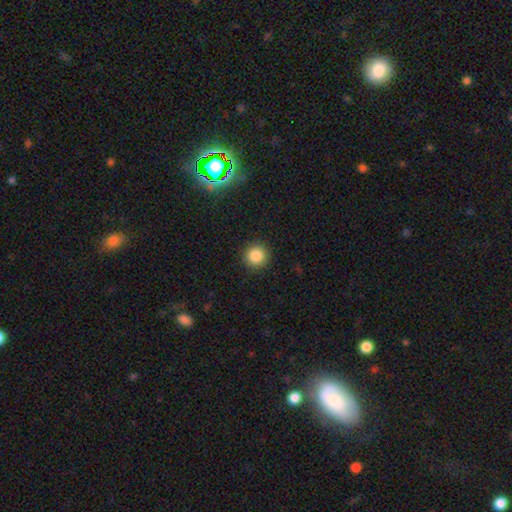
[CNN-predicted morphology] A smooth galaxy with no disk features (86%) that is round (95%). Merging: none (92%).